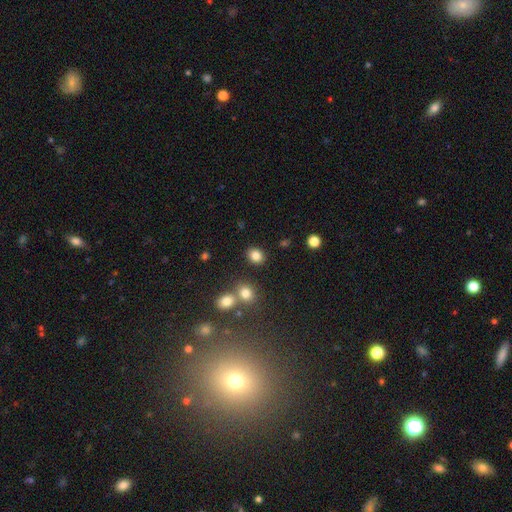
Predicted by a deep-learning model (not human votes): Smooth or featured: smooth — 84% (star or artifact — 11%)
How rounded: round — 54% (in between — 45%)
Merging: none — 82% (minor disturbance — 9%)